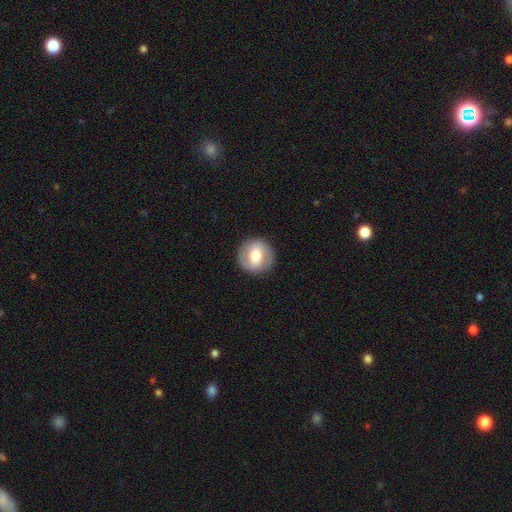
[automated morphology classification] smooth-or-featured: featured or disk: 47% | smooth: 46% | star or artifact: 7%
  merging: none: 89% | minor disturbance: 7% | major disturbance: 3% | merger: 1%